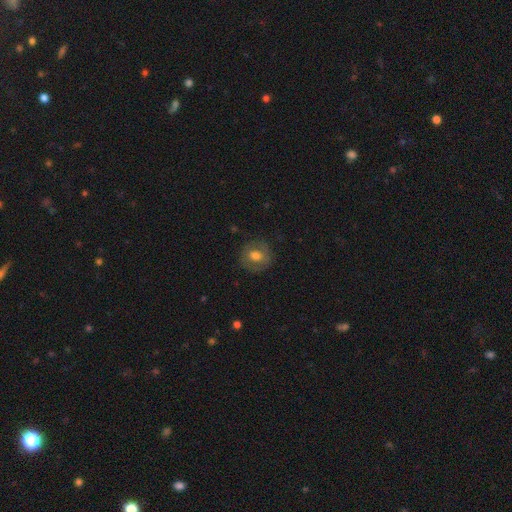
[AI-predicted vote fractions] Q: Smooth or featured?
A: smooth (59%); runner-up: featured or disk (32%)
Q: How rounded?
A: round (79%); runner-up: in between (20%)
Q: Merging?
A: none (81%); runner-up: minor disturbance (13%)